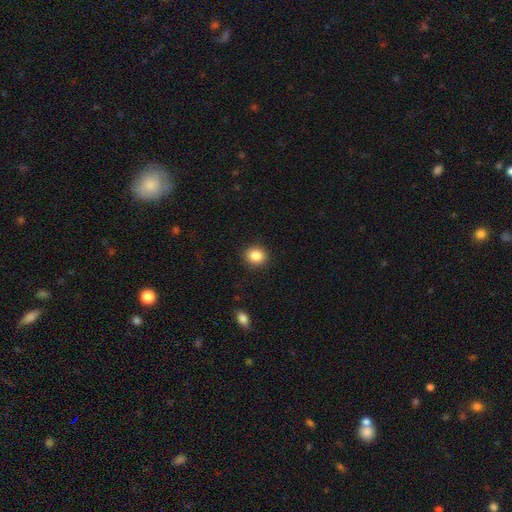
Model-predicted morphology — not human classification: A smooth galaxy with no disk features (86%) that is round (78%).

Vote fractions:
- Smooth or featured? smooth: 86% / star or artifact: 9% / featured or disk: 4%
- How rounded? round: 78% / in between: 21% / cigar-shaped: 1%
- Merging? none: 90% / minor disturbance: 7% / major disturbance: 2% / merger: 1%